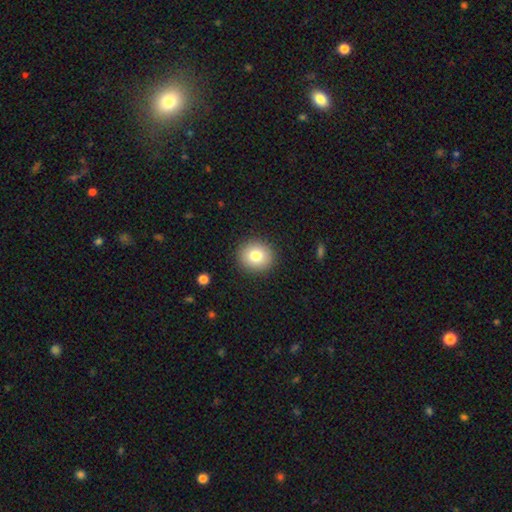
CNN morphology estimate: Smooth or featured?
  - smooth: 80% *
  - featured or disk: 10%
  - star or artifact: 10%
How rounded?
  - round: 86% *
  - in between: 13%
  - cigar-shaped: 1%
Merging?
  - none: 91% *
  - minor disturbance: 6%
  - major disturbance: 2%
  - merger: 1%